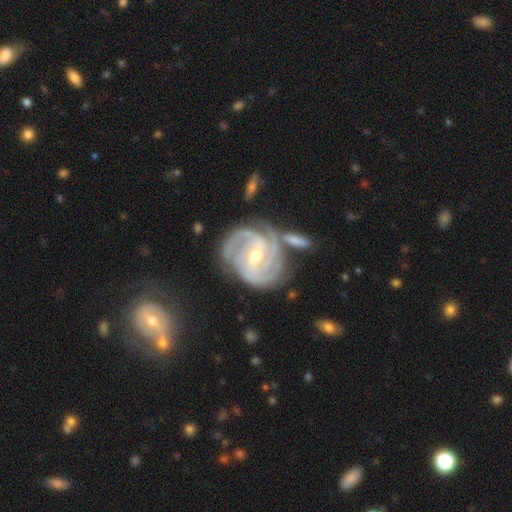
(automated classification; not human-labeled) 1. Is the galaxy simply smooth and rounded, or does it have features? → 92% featured or disk, 4% star or artifact, 3% smooth.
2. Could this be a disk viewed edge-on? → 98% no, 2% yes.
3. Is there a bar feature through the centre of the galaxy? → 49% weak, 32% strong, 20% no.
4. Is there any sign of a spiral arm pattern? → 98% yes, 2% no.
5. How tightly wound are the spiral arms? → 68% tight, 28% medium, 4% loose.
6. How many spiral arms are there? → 43% 3, 19% 2, 18% 4, 11% can't tell, 5% more than 4, 5% 1.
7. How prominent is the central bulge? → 53% moderate, 44% small, 2% large, 1% none, 1% dominant.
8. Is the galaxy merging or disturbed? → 63% none, 19% minor disturbance, 10% merger, 8% major disturbance.